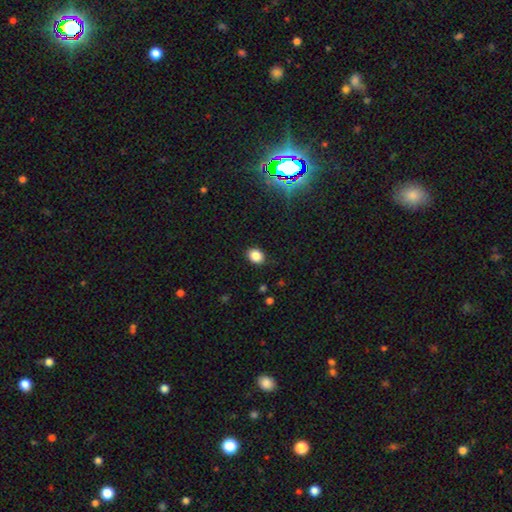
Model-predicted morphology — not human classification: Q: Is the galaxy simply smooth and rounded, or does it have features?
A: smooth — 85%.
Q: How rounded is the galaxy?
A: in between — 54%.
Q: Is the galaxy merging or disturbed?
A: none — 86%.